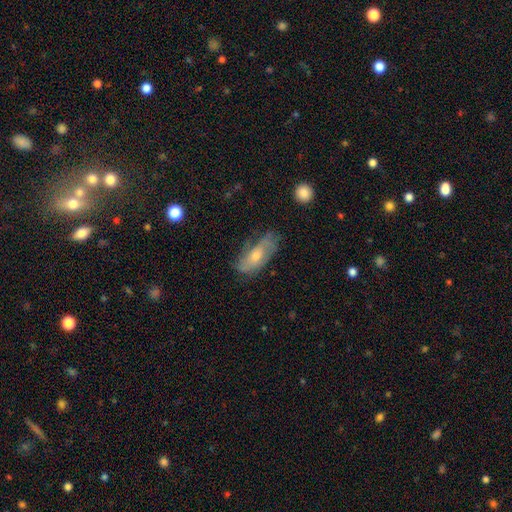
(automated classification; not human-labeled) Overall: featured or disk (51%; smooth 41%). Edge-on disk: no (83%). Merging: none (63%; minor disturbance 26%).